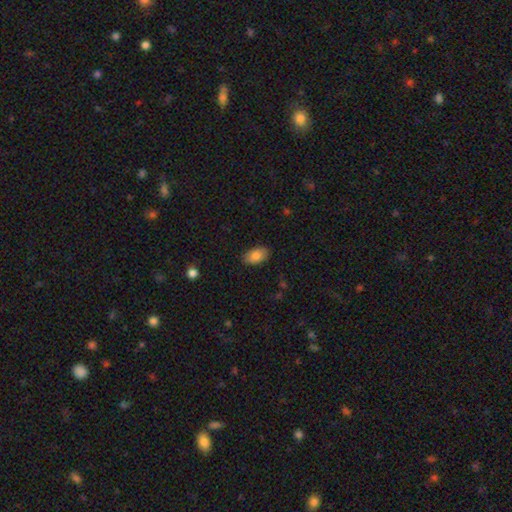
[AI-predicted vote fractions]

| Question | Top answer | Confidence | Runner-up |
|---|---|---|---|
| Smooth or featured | smooth | 84% | featured or disk (9%) |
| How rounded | in between | 93% | round (5%) |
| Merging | none | 86% | minor disturbance (11%) |